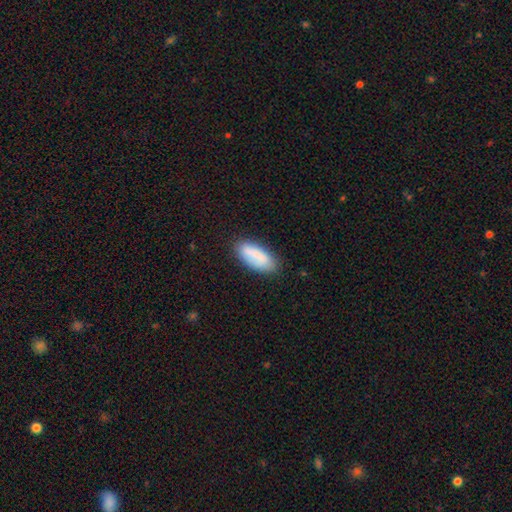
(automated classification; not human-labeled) Smooth or featured? smooth (78%)
How rounded? in between (84%)
Merging? none (78%)